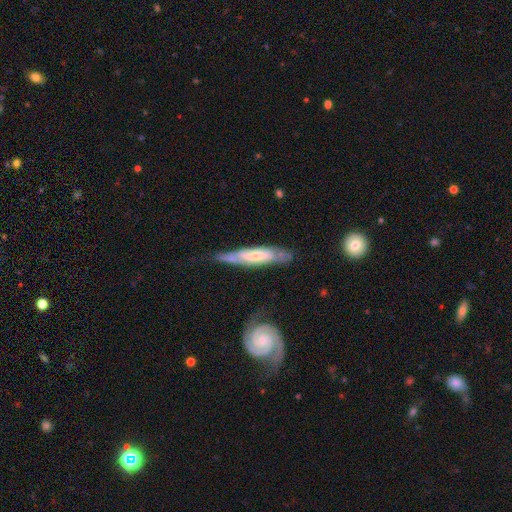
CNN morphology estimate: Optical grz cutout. It shows a featured or disk galaxy (70%). Merging: none (60%).